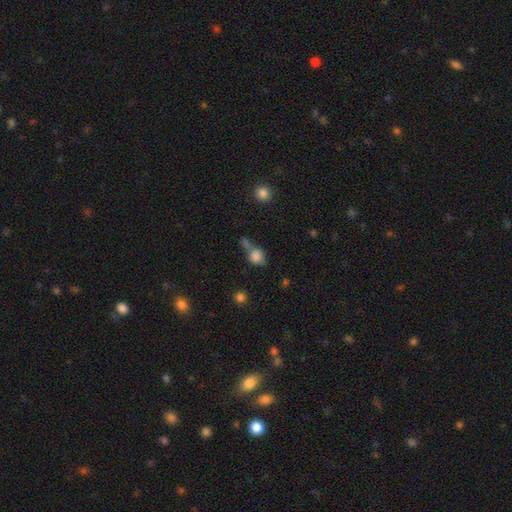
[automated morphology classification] A smooth galaxy with no disk features (79%) that is round (65%).

Vote fractions:
- Smooth or featured? smooth: 79% / star or artifact: 12% / featured or disk: 9%
- How rounded? round: 65% / in between: 32% / cigar-shaped: 2%
- Merging? merger: 40% / none: 36% / minor disturbance: 16% / major disturbance: 9%